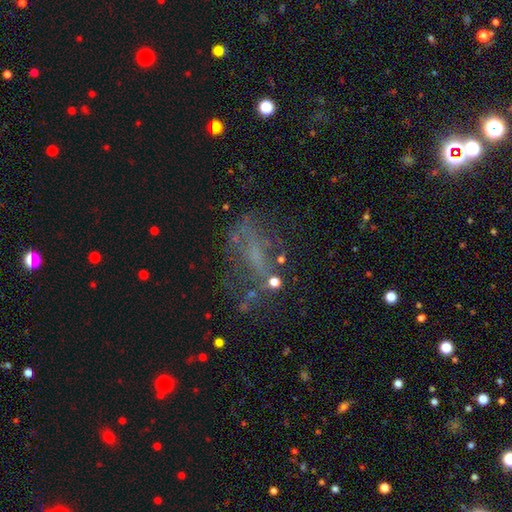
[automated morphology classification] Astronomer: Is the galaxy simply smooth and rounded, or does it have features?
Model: featured or disk — 41% (runner-up: star or artifact, 31%).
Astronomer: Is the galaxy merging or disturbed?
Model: none — 43% (runner-up: major disturbance, 29%).